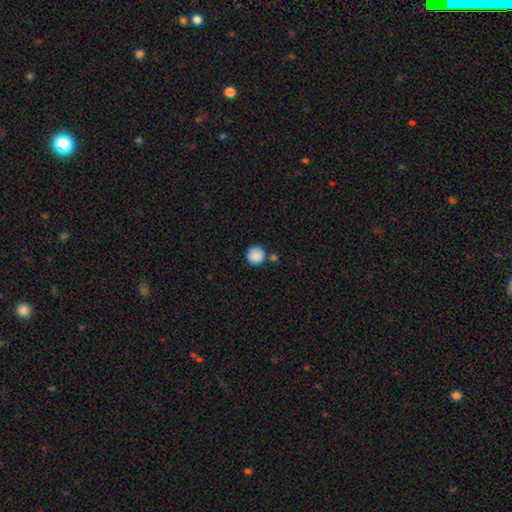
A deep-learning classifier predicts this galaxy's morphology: Q: Smooth or featured?
A: smooth (88%); runner-up: star or artifact (8%)
Q: How rounded?
A: round (92%); runner-up: in between (7%)
Q: Merging?
A: none (72%); runner-up: minor disturbance (13%)